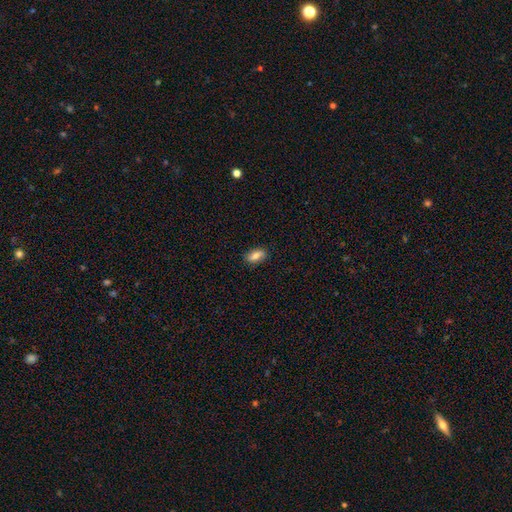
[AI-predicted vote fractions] smooth_or_featured: smooth (p=0.75) [alt: featured or disk p=0.17]
how_rounded: in between (p=0.83) [alt: cigar-shaped p=0.12]
merging: none (p=0.85) [alt: minor disturbance p=0.12]